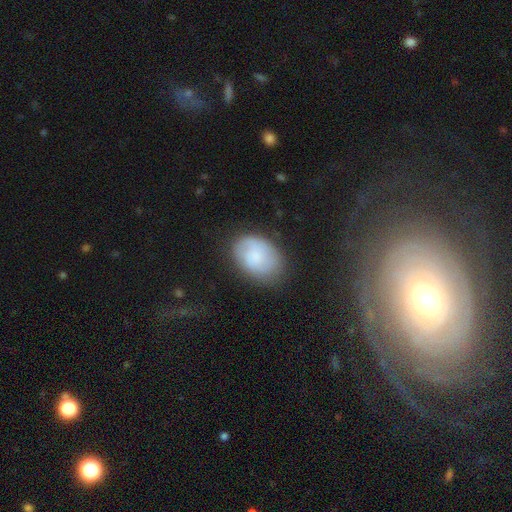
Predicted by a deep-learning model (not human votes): Q: Smooth or featured?
A: smooth (58%); runner-up: featured or disk (34%)
Q: How rounded?
A: in between (77%); runner-up: round (22%)
Q: Merging?
A: none (72%); runner-up: minor disturbance (19%)